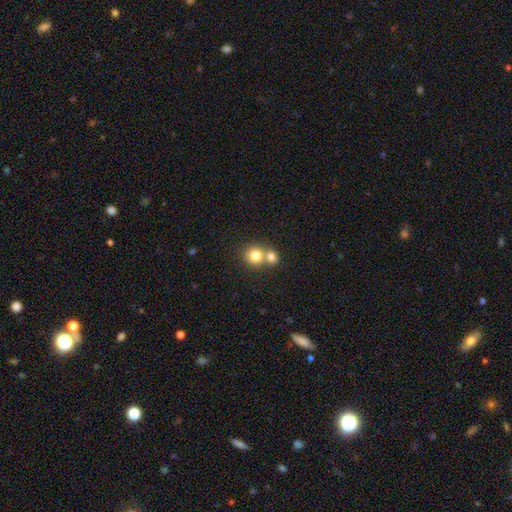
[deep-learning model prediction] This is clearly a smooth galaxy (80%). How rounded: clearly round (85%). Merging: possibly merger (52%).